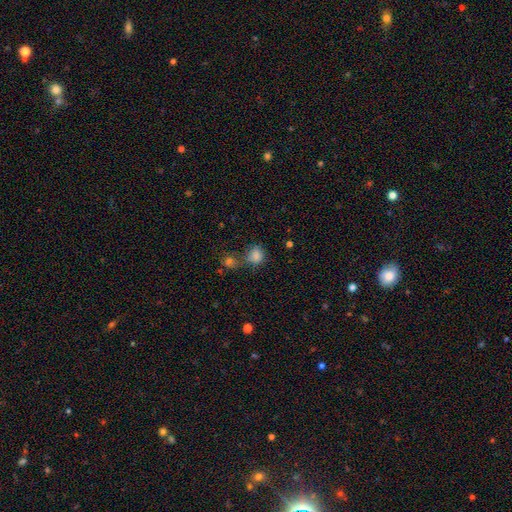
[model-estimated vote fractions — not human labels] smooth 81%, star or artifact 13%, featured or disk 6%. Down the decision tree: how rounded — round (75%); merging — none (54%).